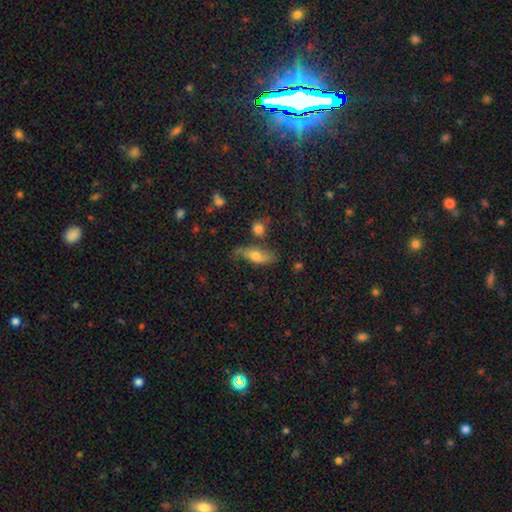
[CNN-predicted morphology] Q: Smooth or featured?
A: smooth (57%); runner-up: featured or disk (33%)
Q: How rounded?
A: in between (74%); runner-up: cigar-shaped (20%)
Q: Merging?
A: none (55%); runner-up: minor disturbance (26%)